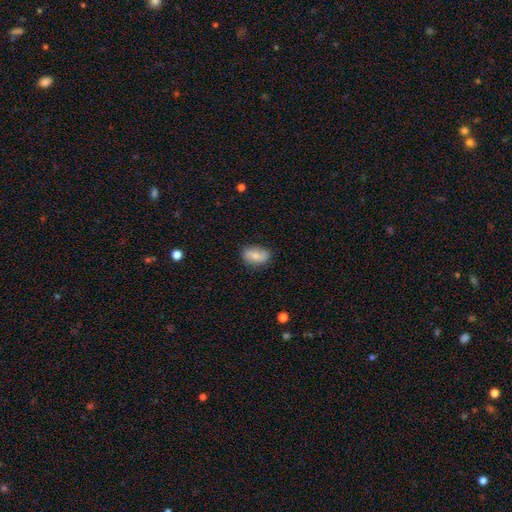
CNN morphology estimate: The model was most divided on "smooth or featured": smooth: 59%, featured or disk: 33%, star or artifact: 8%. More confident: how rounded — in between (84%); merging — none (79%).